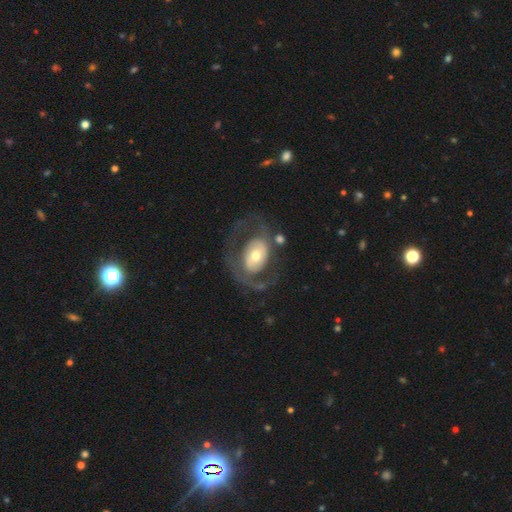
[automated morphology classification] Smooth or featured: featured or disk — 68% (smooth — 27%)
Edge-on disk: no — 95% (yes — 5%)
Bar: no — 63% (weak — 24%)
Spiral arms: yes — 55% (no — 45%)
Bulge size: moderate — 61% (small — 24%)
Merging: none — 56% (major disturbance — 25%)